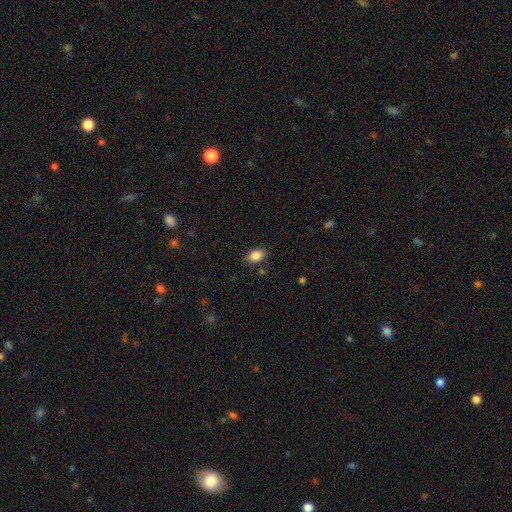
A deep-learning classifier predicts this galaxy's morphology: Smooth or featured? Predicted: smooth (p=0.86). How rounded? Predicted: in between (p=0.84). Merging? Predicted: none (p=0.84).